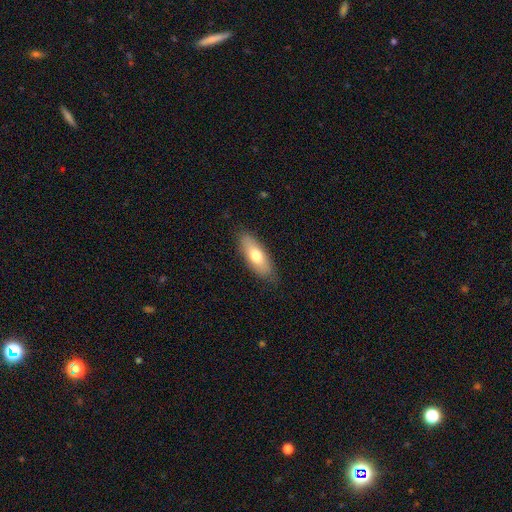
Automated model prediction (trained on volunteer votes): smooth-or-featured: smooth: 71% | featured or disk: 23% | star or artifact: 6%
  how-rounded: in between: 74% | cigar-shaped: 23% | round: 3%
  merging: none: 84% | minor disturbance: 12% | major disturbance: 3% | merger: 1%